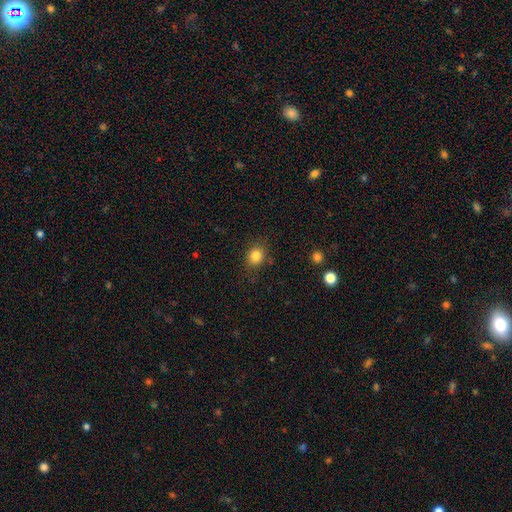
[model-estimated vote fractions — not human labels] A smooth galaxy with no disk features (83%) that is round (70%). Merging: none (81%).